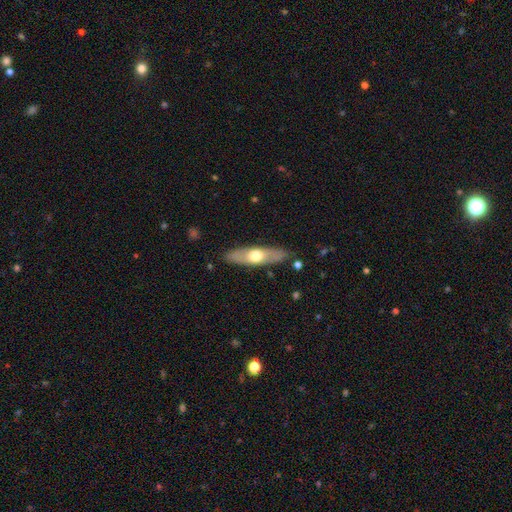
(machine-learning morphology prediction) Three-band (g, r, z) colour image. It shows a smooth galaxy with no disk features (48%). Merging: none (85%).